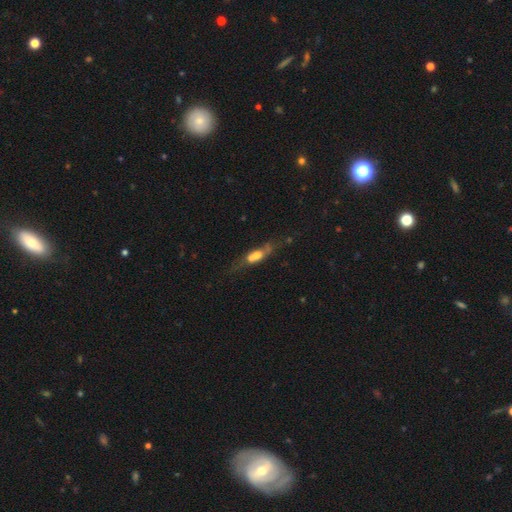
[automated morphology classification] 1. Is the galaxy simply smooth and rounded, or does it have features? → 46% smooth, 44% featured or disk, 10% star or artifact.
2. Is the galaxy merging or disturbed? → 36% none, 31% merger, 18% minor disturbance, 15% major disturbance.